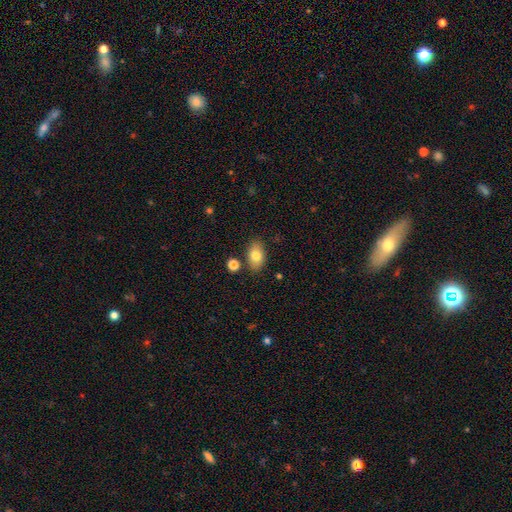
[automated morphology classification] Smooth or featured: smooth — 80% (featured or disk — 12%)
How rounded: in between — 88% (round — 10%)
Merging: none — 82% (minor disturbance — 10%)